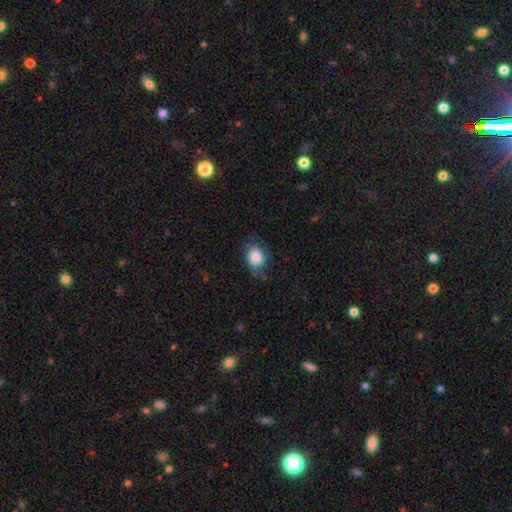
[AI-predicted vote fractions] The model was most divided on "how rounded": in between: 64%, round: 35%, cigar-shaped: 1%. More confident: smooth or featured — smooth (86%); merging — none (68%).